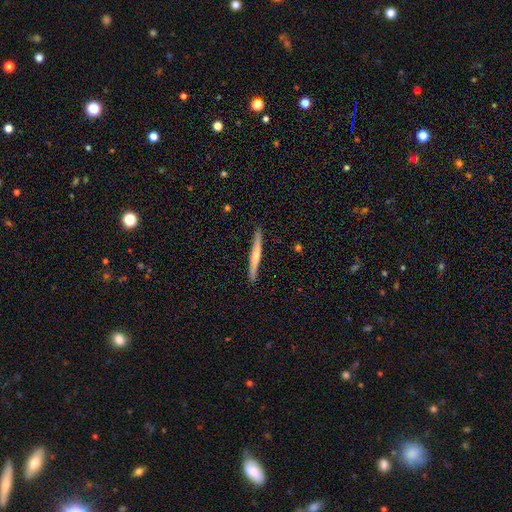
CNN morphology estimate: type=smooth (50%); merging=none (90%).